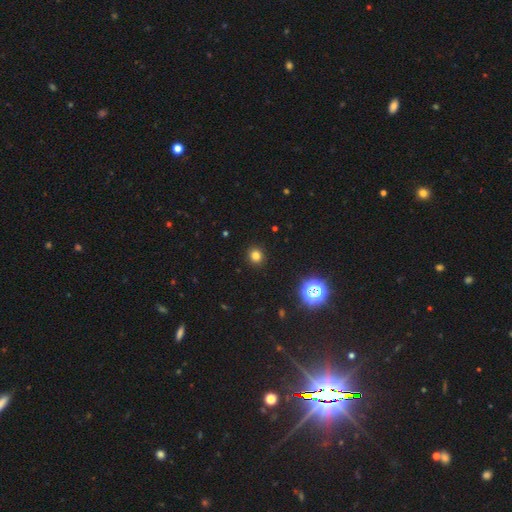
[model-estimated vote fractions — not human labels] Overall: smooth (79%). How rounded: round (87%). Merging: none (92%).